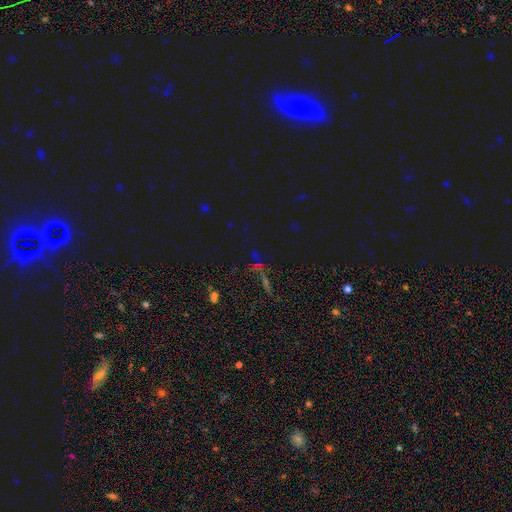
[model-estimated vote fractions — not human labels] Morphology: type=star or artifact (72%).